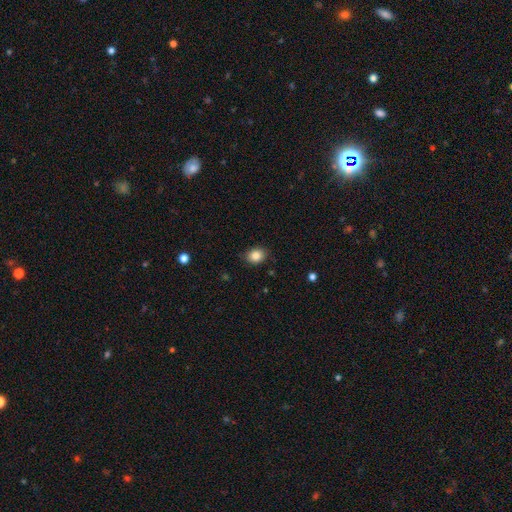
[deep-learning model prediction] smooth-or-featured: smooth: 85% | star or artifact: 9% | featured or disk: 5%
  how-rounded: round: 50% | in between: 49% | cigar-shaped: 1%
  merging: none: 85% | minor disturbance: 12% | major disturbance: 2% | merger: 1%